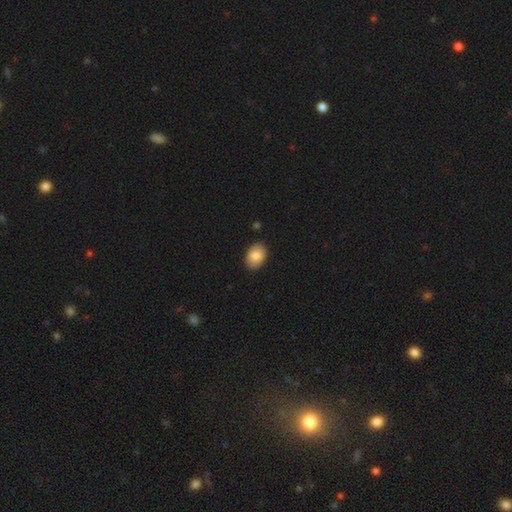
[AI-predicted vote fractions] Smooth or featured? smooth (86%)
How rounded? in between (81%)
Merging? none (89%)